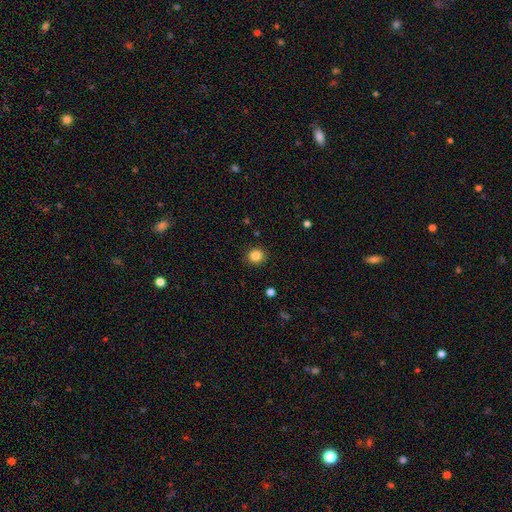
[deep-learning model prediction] Smooth or featured?
  - smooth: 85% *
  - star or artifact: 11%
  - featured or disk: 4%
How rounded?
  - round: 86% *
  - in between: 13%
  - cigar-shaped: 1%
Merging?
  - none: 91% *
  - minor disturbance: 6%
  - major disturbance: 2%
  - merger: 1%